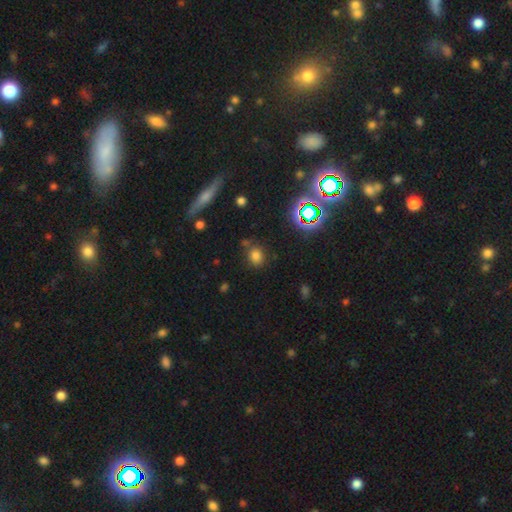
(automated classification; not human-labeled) The model was most divided on "how rounded": round: 67%, in between: 32%, cigar-shaped: 2%. More confident: merging — none (77%); smooth or featured — smooth (71%).